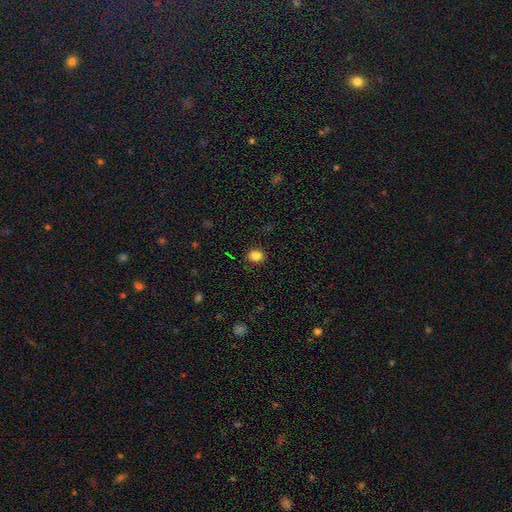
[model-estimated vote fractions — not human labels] smooth_or_featured: smooth (p=0.84) [alt: star or artifact p=0.11]
how_rounded: in between (p=0.50) [alt: round p=0.49]
merging: none (p=0.84) [alt: minor disturbance p=0.12]